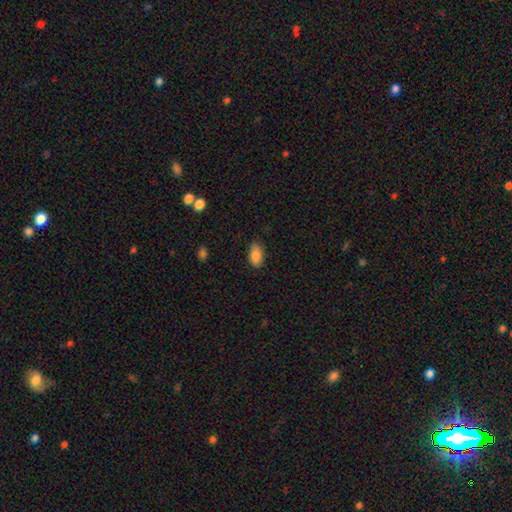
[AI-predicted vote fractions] This appears to be a smooth galaxy with no disk features (87%) that is in between round and cigar-shaped (92%). Merging: none (81%).